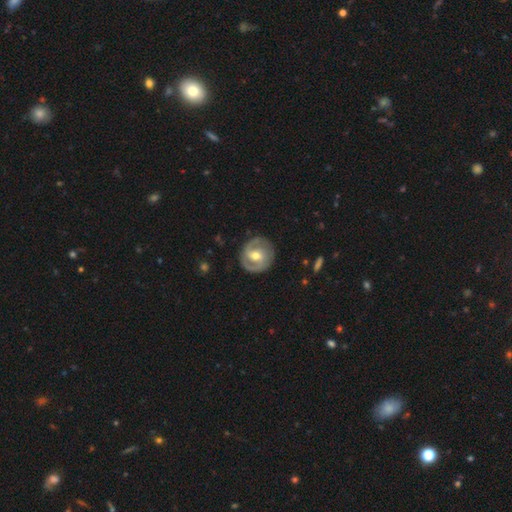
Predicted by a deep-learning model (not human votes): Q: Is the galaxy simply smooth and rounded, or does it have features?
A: featured or disk — 79%.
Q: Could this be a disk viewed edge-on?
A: no — 97%.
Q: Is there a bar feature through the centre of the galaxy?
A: weak — 45%.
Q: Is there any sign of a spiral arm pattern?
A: yes — 87%.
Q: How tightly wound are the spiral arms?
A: tight — 45%.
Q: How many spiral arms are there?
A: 2 — 85%.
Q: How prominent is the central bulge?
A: moderate — 69%.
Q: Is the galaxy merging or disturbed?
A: none — 85%.